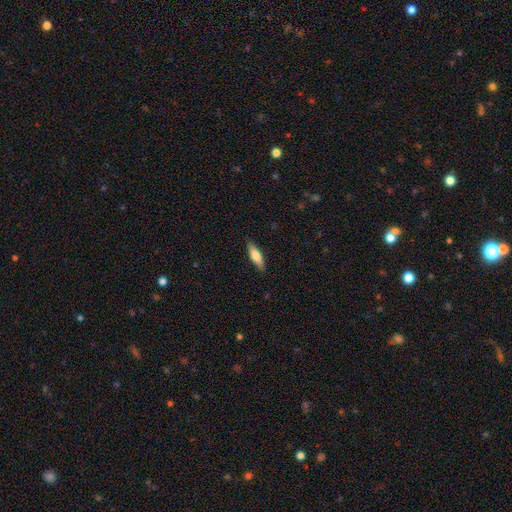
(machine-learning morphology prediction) smooth 68%, featured or disk 26%, star or artifact 6%. Down the decision tree: how rounded — cigar-shaped (57%); merging — none (87%).